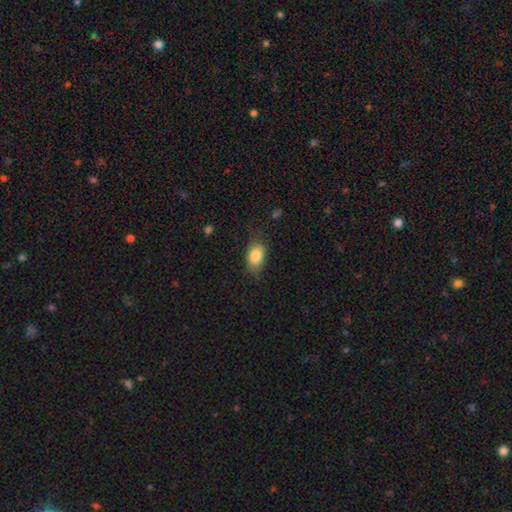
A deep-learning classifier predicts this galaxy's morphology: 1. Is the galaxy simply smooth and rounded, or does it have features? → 82% smooth, 10% featured or disk, 8% star or artifact.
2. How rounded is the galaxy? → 84% in between, 14% round, 2% cigar-shaped.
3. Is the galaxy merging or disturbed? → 66% none, 25% minor disturbance, 7% major disturbance, 1% merger.